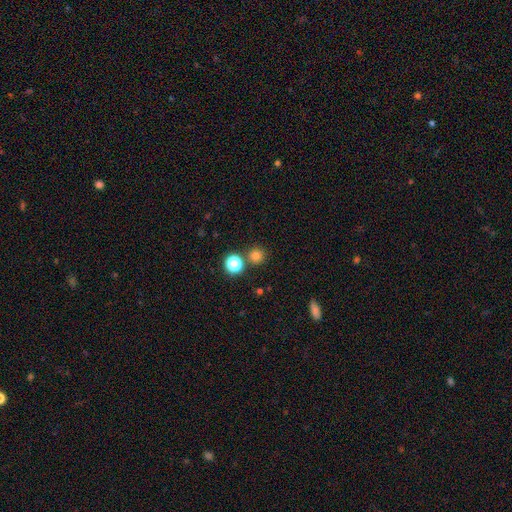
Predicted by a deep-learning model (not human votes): This appears to be a smooth galaxy with no disk features (77%) that is round (94%). Merging: none (82%).